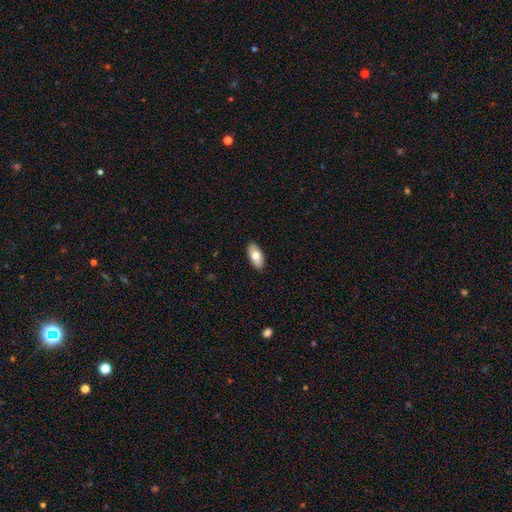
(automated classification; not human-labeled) This appears to be a smooth galaxy with no disk features (76%) that is in between round and cigar-shaped (92%). Merging: none (89%).